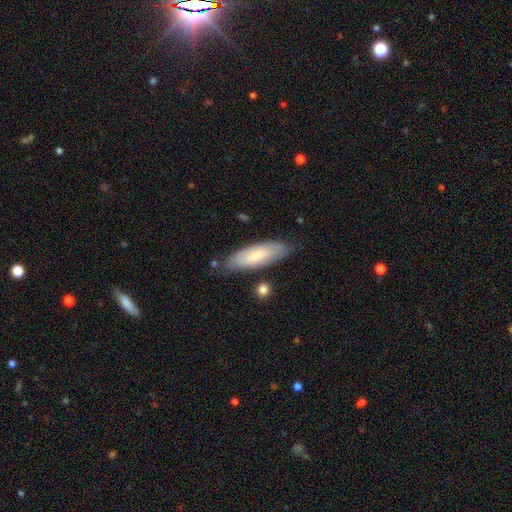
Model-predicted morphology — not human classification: smooth_or_featured: smooth (p=0.65) [alt: featured or disk p=0.30]
how_rounded: in between (p=0.59) [alt: cigar-shaped p=0.40]
merging: none (p=0.77) [alt: minor disturbance p=0.17]